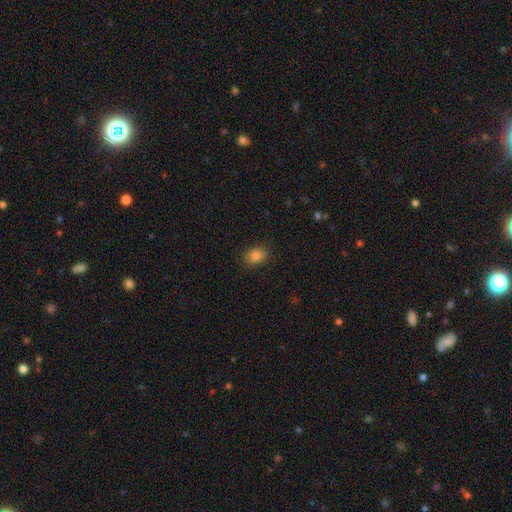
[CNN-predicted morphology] A smooth galaxy with no disk features (85%) that is in between round and cigar-shaped (60%). Merging: none (86%).